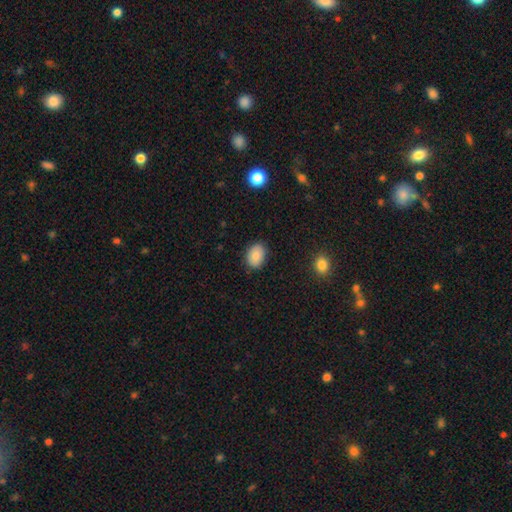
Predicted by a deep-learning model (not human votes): smooth-or-featured: smooth: 84% | featured or disk: 9% | star or artifact: 8%
  how-rounded: in between: 75% | round: 24% | cigar-shaped: 1%
  merging: none: 86% | minor disturbance: 11% | major disturbance: 2% | merger: 1%